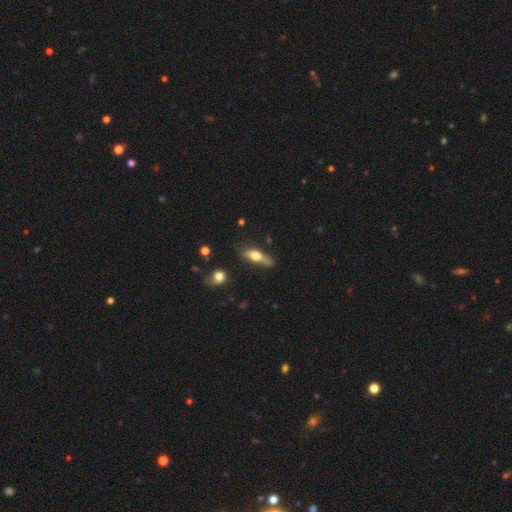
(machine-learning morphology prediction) Smooth or featured: smooth — 60% (featured or disk — 33%)
How rounded: in between — 51% (cigar-shaped — 44%)
Merging: none — 55% (minor disturbance — 27%)